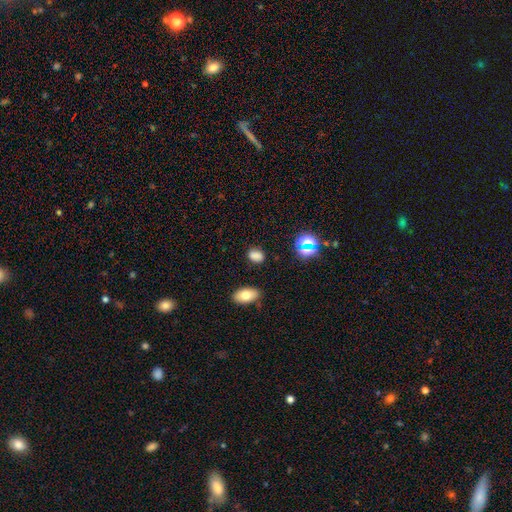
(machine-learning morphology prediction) This appears to be a smooth galaxy with no disk features (75%) that is in between round and cigar-shaped (70%). Merging: none (80%).